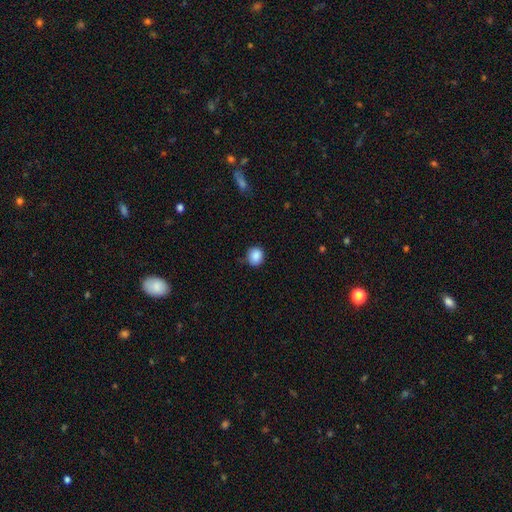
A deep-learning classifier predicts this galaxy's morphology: A smooth galaxy with no disk features (88%) that is round (80%).

Vote fractions:
- Smooth or featured? smooth: 88% / star or artifact: 9% / featured or disk: 3%
- How rounded? round: 80% / in between: 19% / cigar-shaped: 1%
- Merging? none: 83% / minor disturbance: 13% / major disturbance: 3% / merger: 1%